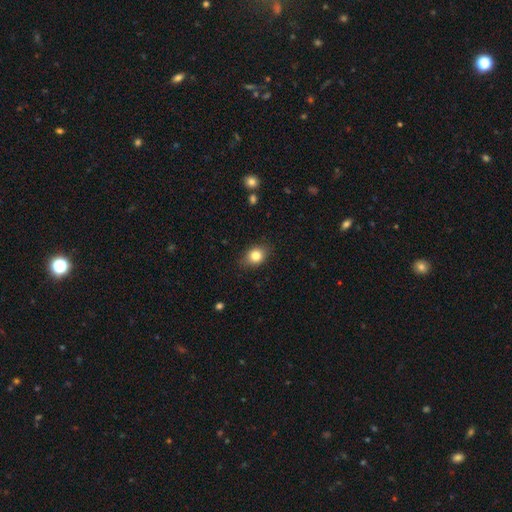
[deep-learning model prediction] smooth_or_featured: smooth (p=0.82) [alt: star or artifact p=0.10]
how_rounded: in between (p=0.59) [alt: round p=0.40]
merging: none (p=0.83) [alt: minor disturbance p=0.13]